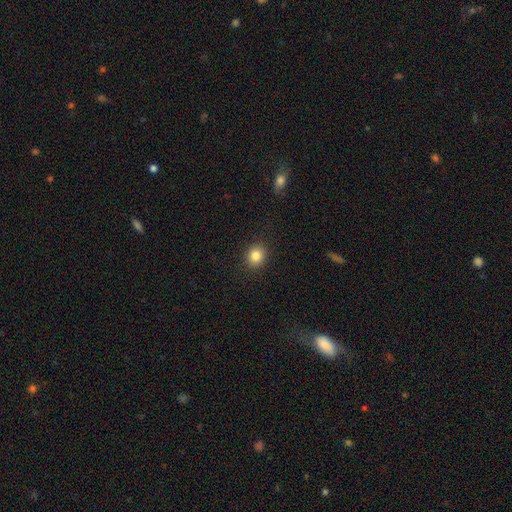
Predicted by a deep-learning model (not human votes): Smooth or featured?
  - smooth: 84% *
  - star or artifact: 11%
  - featured or disk: 5%
How rounded?
  - round: 77% *
  - in between: 22%
  - cigar-shaped: 1%
Merging?
  - none: 90% *
  - minor disturbance: 7%
  - major disturbance: 2%
  - merger: 1%